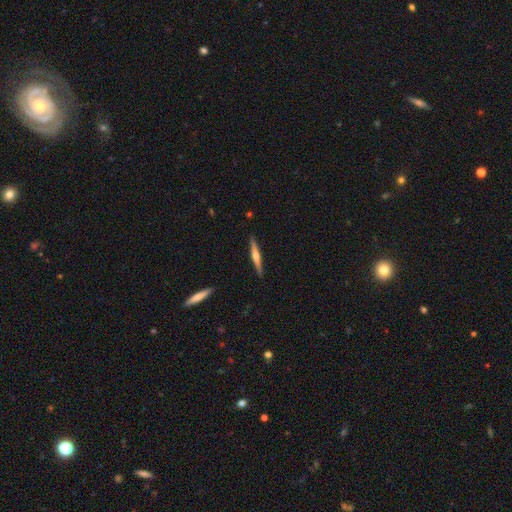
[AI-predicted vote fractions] This appears to be a featured or disk galaxy (65%) viewed edge-on (98%) with a rounded central bulge (83%). Merging: none (91%).